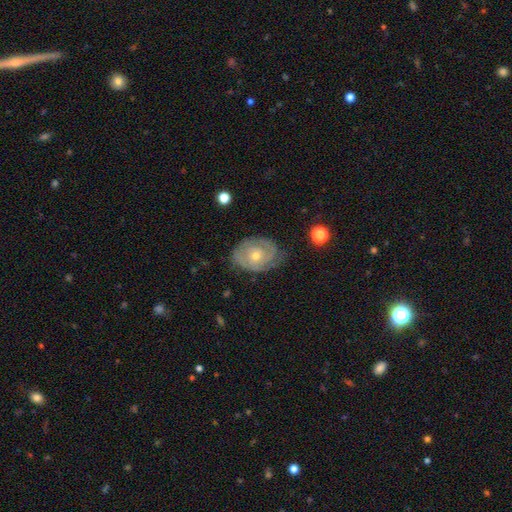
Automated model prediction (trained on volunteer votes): A featured or disk galaxy (76%) with no bar (79%), 2 (43%) tight (69%) spiral arms (86%) and a small central bulge (52%).

Vote fractions:
- Smooth or featured? featured or disk: 76% / smooth: 17% / star or artifact: 6%
- Edge-on disk? no: 96% / yes: 4%
- Bar? no: 79% / weak: 18% / strong: 3%
- Spiral arms? yes: 86% / no: 14%
- Spiral winding? tight: 69% / medium: 24% / loose: 7%
- Spiral arm count? 2: 43% / can't tell: 33% / 3: 10% / 1: 7% / 4: 3% / more than 4: 3%
- Bulge size? small: 52% / moderate: 45% / large: 1% / none: 1% / dominant: 1%
- Merging? none: 71% / minor disturbance: 21% / major disturbance: 6% / merger: 1%